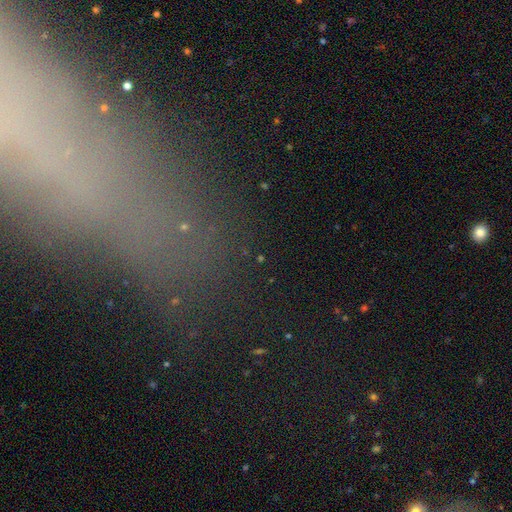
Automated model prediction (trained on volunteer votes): smooth-or-featured: star or artifact: 52% | smooth: 27% | featured or disk: 22%